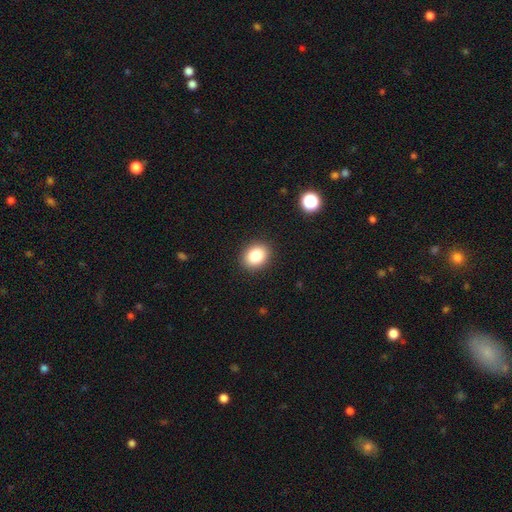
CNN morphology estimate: smooth_or_featured: smooth (p=0.84) [alt: star or artifact p=0.10]
how_rounded: in between (p=0.55) [alt: round p=0.44]
merging: none (p=0.90) [alt: minor disturbance p=0.07]